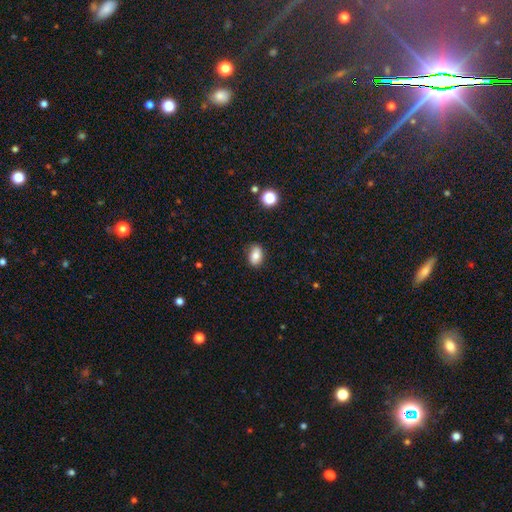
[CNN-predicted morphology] This is clearly a smooth galaxy (81%). How rounded: clearly in between (84%). Merging: clearly none (82%).